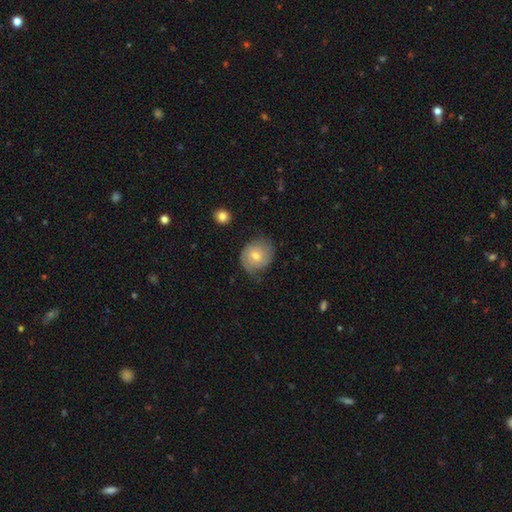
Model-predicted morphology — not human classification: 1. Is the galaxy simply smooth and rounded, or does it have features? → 47% featured or disk, 45% smooth, 8% star or artifact.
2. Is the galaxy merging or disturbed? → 64% none, 26% minor disturbance, 9% major disturbance, 1% merger.